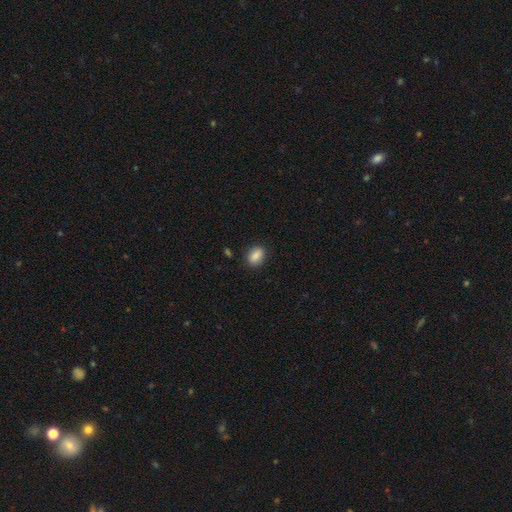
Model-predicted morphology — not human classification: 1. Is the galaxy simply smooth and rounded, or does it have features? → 88% smooth, 8% star or artifact, 5% featured or disk.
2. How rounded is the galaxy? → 80% in between, 17% round, 2% cigar-shaped.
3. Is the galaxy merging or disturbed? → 86% none, 10% minor disturbance, 2% major disturbance, 1% merger.